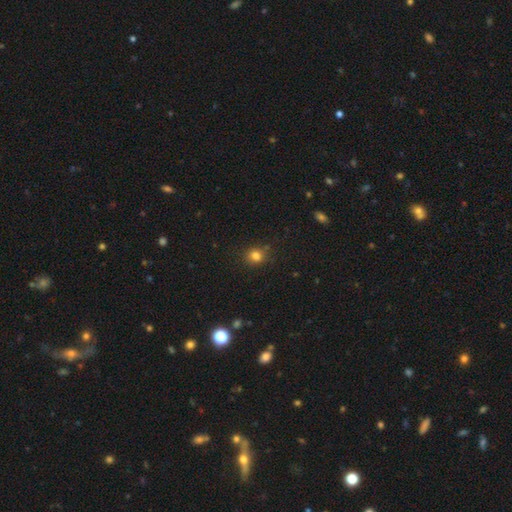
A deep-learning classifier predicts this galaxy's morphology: smooth_or_featured: smooth (p=0.80) [alt: star or artifact p=0.15]
how_rounded: round (p=0.76) [alt: in between p=0.23]
merging: none (p=0.80) [alt: minor disturbance p=0.12]